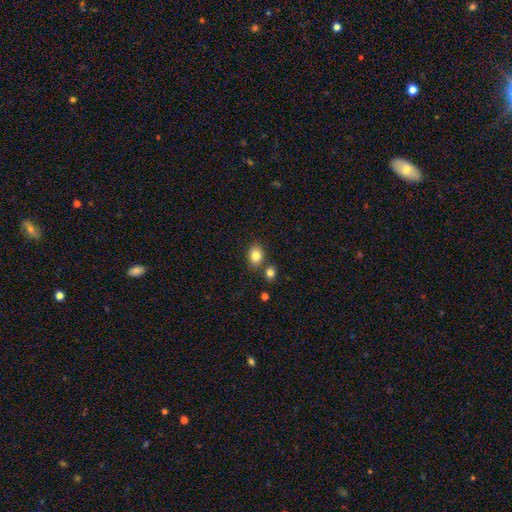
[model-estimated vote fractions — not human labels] Smooth or featured?
  - smooth: 83% *
  - star or artifact: 10%
  - featured or disk: 7%
How rounded?
  - in between: 63% *
  - round: 35%
  - cigar-shaped: 1%
Merging?
  - none: 73% *
  - merger: 13%
  - minor disturbance: 11%
  - major disturbance: 3%